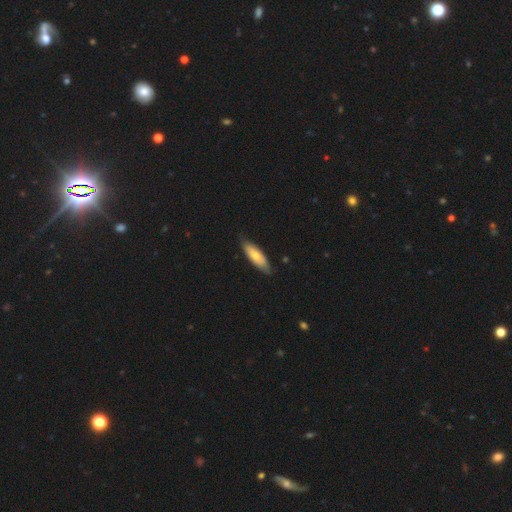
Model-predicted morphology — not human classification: This appears to be a smooth galaxy with no disk features (66%) that is in between round and cigar-shaped (58%). Merging: none (78%).